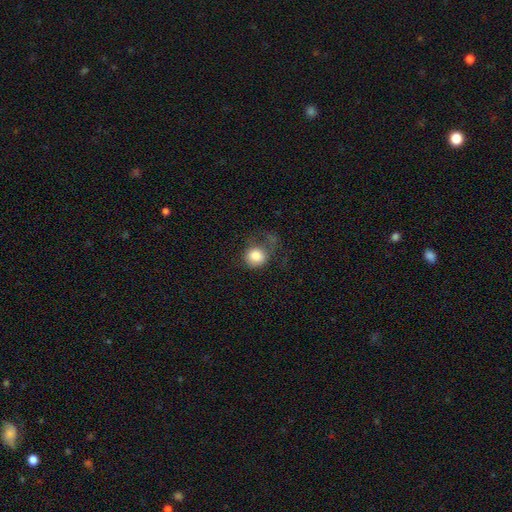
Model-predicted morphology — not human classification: type=smooth (82%); roundness=round (80%); merging=none (45%).